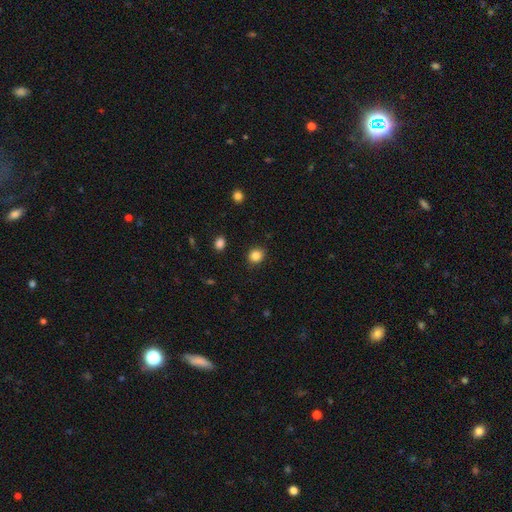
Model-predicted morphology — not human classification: Smooth or featured?
  - smooth: 85% *
  - star or artifact: 11%
  - featured or disk: 5%
How rounded?
  - round: 74% *
  - in between: 25%
  - cigar-shaped: 1%
Merging?
  - none: 88% *
  - minor disturbance: 8%
  - major disturbance: 2%
  - merger: 1%